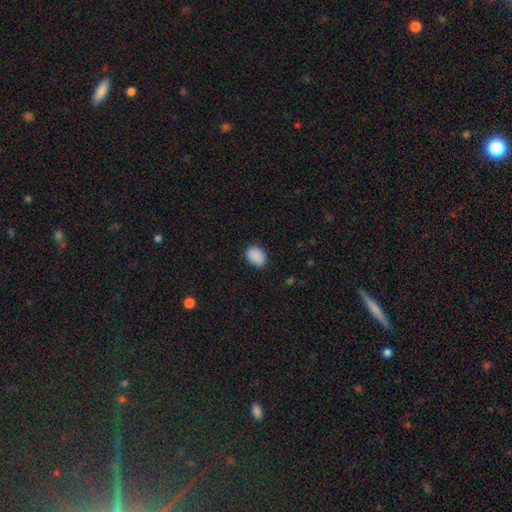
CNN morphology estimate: smooth-or-featured: smooth: 89% | star or artifact: 8% | featured or disk: 3%
  how-rounded: in between: 70% | round: 29% | cigar-shaped: 1%
  merging: none: 81% | minor disturbance: 15% | major disturbance: 3% | merger: 1%